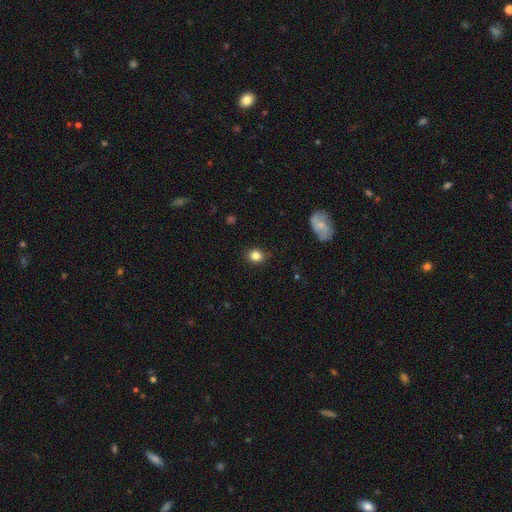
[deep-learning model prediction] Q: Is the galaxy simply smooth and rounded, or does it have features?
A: smooth — 83%.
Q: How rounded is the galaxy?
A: round — 75%.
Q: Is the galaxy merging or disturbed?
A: none — 85%.